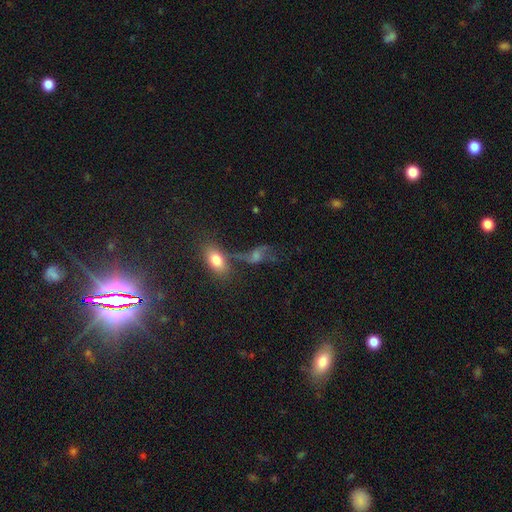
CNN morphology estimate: type=star or artifact (56%).